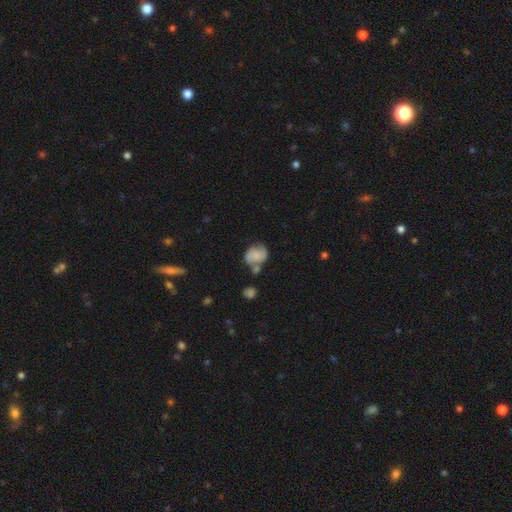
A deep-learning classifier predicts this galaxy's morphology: A smooth galaxy with no disk features (48%).

Vote fractions:
- Smooth or featured? smooth: 48% / featured or disk: 43% / star or artifact: 9%
- Merging? none: 40% / merger: 29% / minor disturbance: 21% / major disturbance: 10%